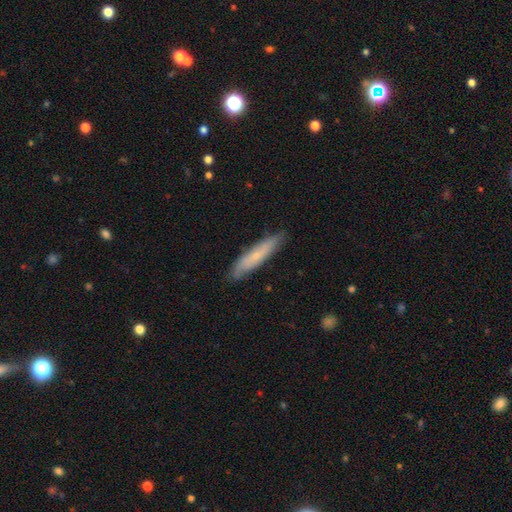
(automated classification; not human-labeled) smooth 55%, featured or disk 39%, star or artifact 6%. Down the decision tree: how rounded — cigar-shaped (85%); merging — none (82%).